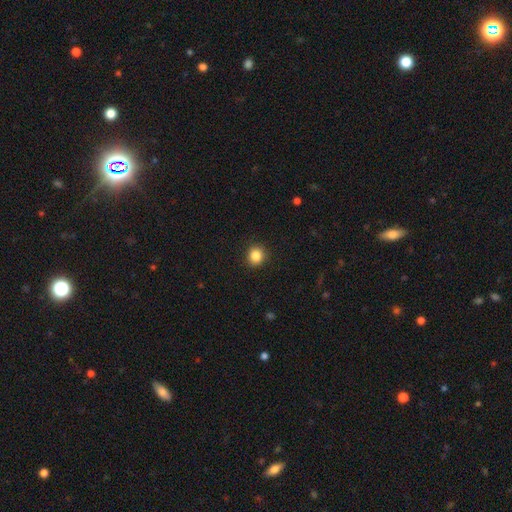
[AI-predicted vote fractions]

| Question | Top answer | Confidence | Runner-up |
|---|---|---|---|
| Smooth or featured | smooth | 85% | star or artifact (10%) |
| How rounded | round | 86% | in between (13%) |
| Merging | none | 91% | minor disturbance (6%) |